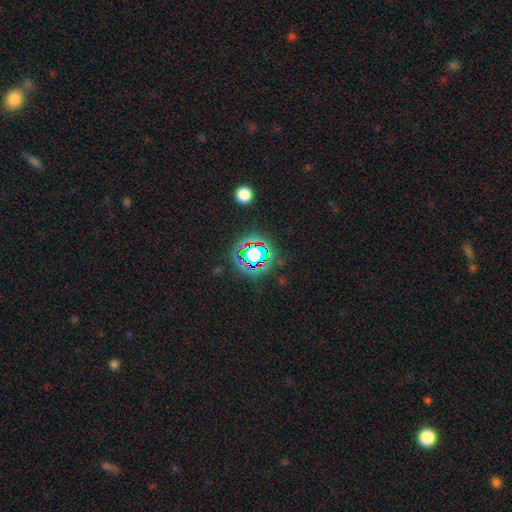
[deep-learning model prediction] This is likely a star or artifact rather than a galaxy (65%).